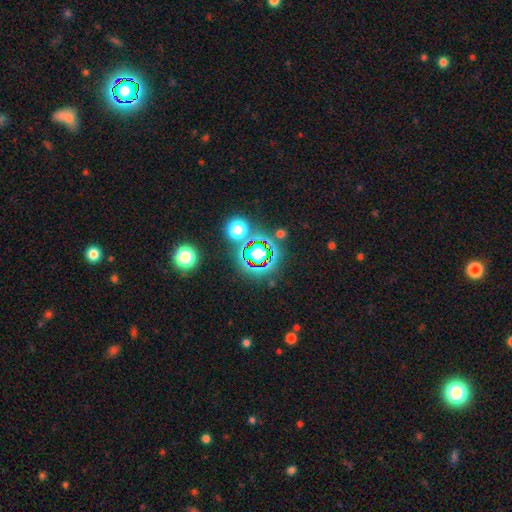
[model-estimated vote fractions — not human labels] star or artifact 79%, smooth 13%, featured or disk 8%.